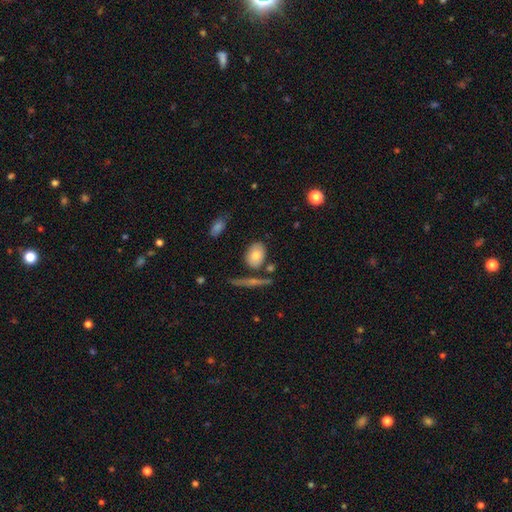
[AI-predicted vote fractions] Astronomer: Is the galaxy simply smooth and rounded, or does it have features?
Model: smooth — 78%.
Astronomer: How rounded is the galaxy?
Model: in between — 78%.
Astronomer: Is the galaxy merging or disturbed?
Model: none — 67%.